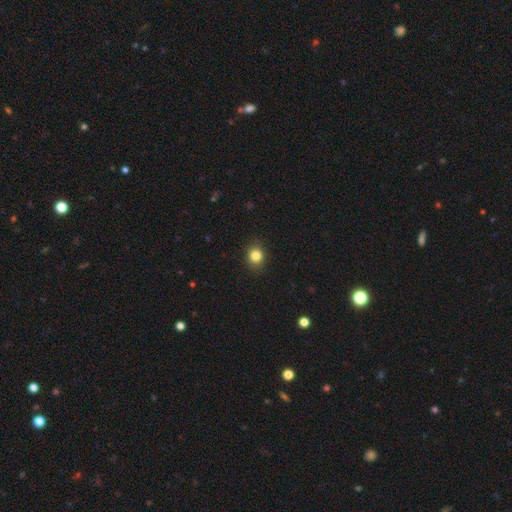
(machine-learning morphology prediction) Overall: smooth (83%). How rounded: round (69%; in between 30%). Merging: none (89%).